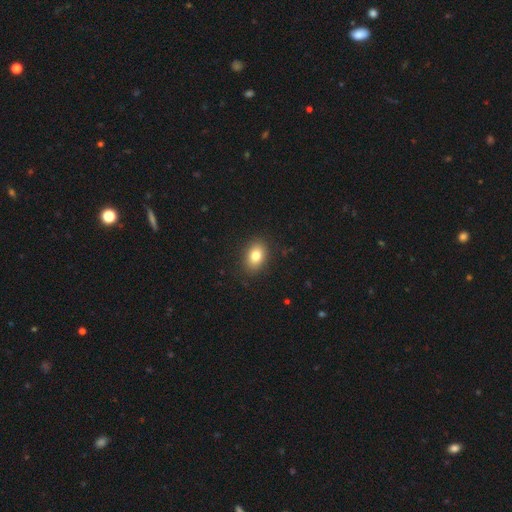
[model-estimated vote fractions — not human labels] Overall: smooth (80%). How rounded: in between (76%). Merging: none (88%).